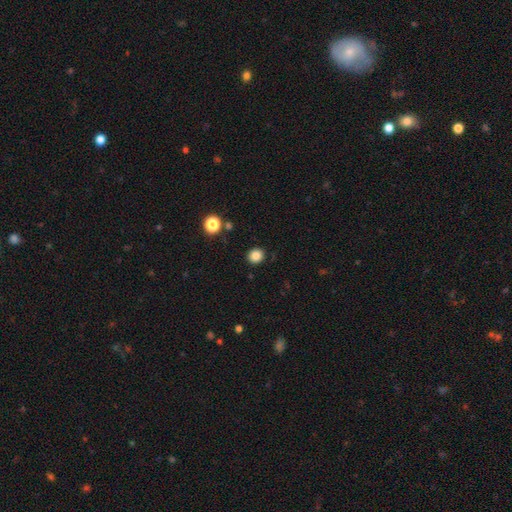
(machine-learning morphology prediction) Q: Smooth or featured?
A: smooth (85%); runner-up: star or artifact (11%)
Q: How rounded?
A: round (83%); runner-up: in between (17%)
Q: Merging?
A: none (90%); runner-up: minor disturbance (7%)